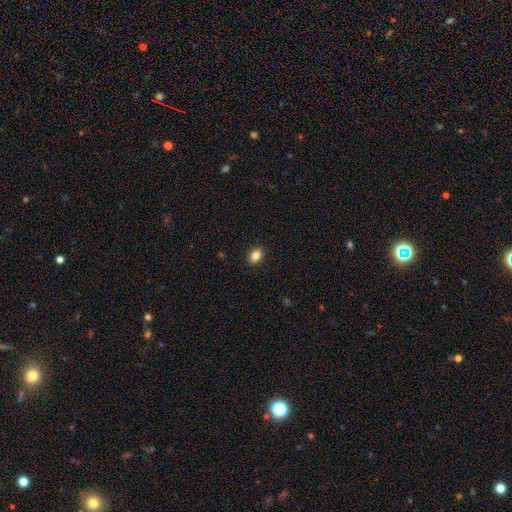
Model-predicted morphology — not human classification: type=smooth (85%); roundness=in between (68%); merging=none (90%).